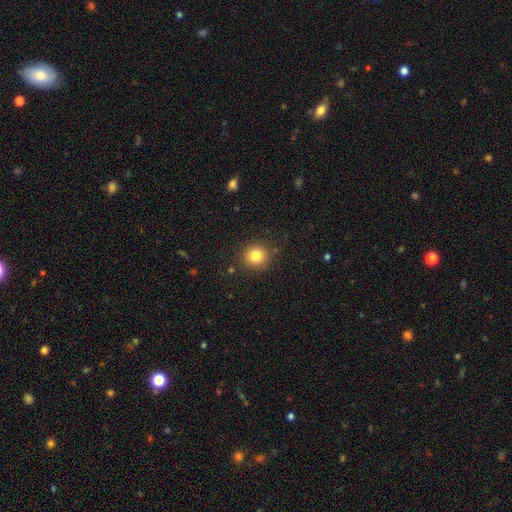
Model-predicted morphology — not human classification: Overall: smooth (82%). How rounded: round (90%). Merging: none (88%).